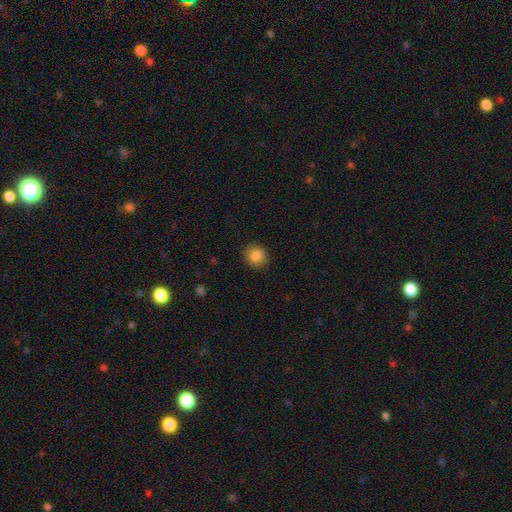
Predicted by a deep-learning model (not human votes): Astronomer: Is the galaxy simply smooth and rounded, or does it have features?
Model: smooth — 86%.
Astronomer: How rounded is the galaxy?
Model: round — 84%.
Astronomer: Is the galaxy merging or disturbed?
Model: none — 88%.